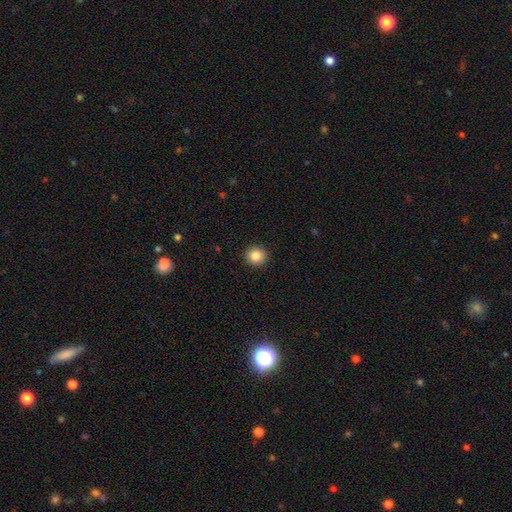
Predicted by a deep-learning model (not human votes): smooth-or-featured: smooth: 84% | star or artifact: 10% | featured or disk: 6%
  how-rounded: round: 91% | in between: 8% | cigar-shaped: 1%
  merging: none: 92% | minor disturbance: 5% | major disturbance: 2% | merger: 1%